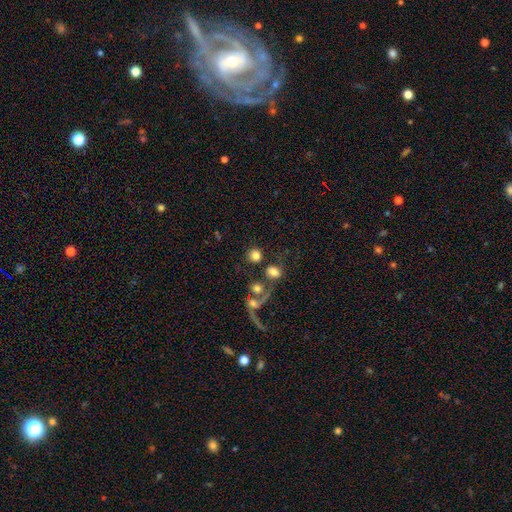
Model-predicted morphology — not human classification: Smooth or featured?
  - smooth: 79% *
  - featured or disk: 11%
  - star or artifact: 10%
How rounded?
  - round: 86% *
  - in between: 12%
  - cigar-shaped: 1%
Merging?
  - none: 65% *
  - merger: 18%
  - minor disturbance: 9%
  - major disturbance: 8%